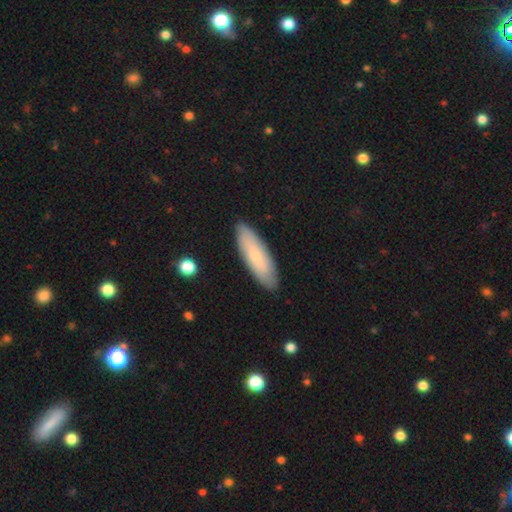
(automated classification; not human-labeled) Overall: smooth (73%). How rounded: in between (50%; cigar-shaped 49%). Merging: none (88%).